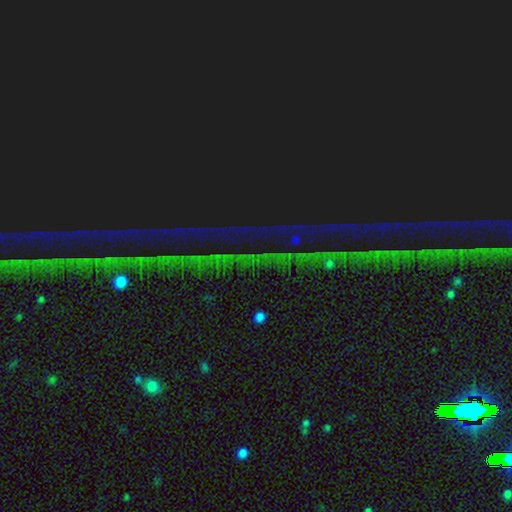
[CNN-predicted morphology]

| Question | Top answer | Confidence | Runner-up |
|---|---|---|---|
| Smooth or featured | star or artifact | 81% | featured or disk (10%) |